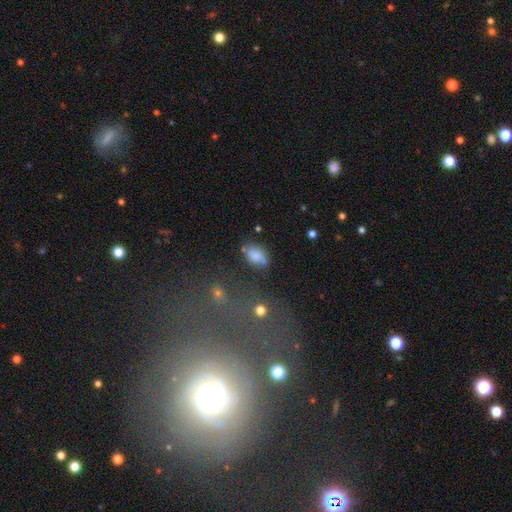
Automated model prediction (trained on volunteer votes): Smooth or featured? Predicted: smooth (p=0.77). How rounded? Predicted: in between (p=0.89). Merging? Predicted: none (p=0.64).